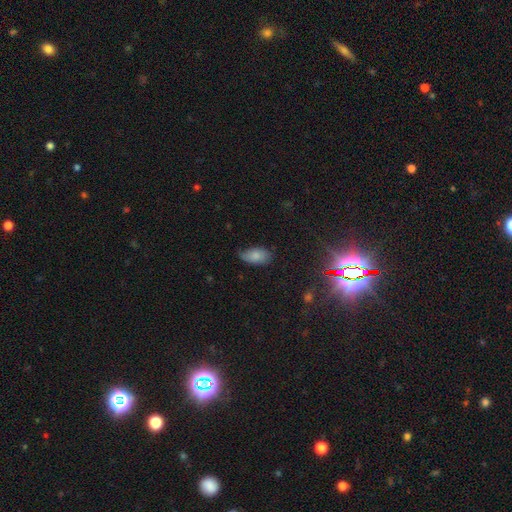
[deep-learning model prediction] Smooth or featured? smooth (80%)
How rounded? in between (93%)
Merging? none (56%)